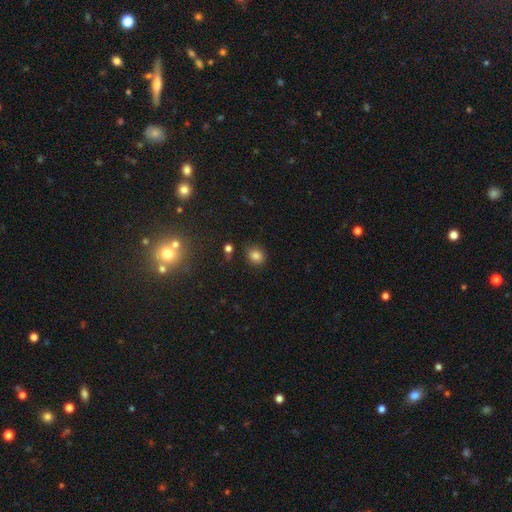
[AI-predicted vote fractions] A smooth galaxy with no disk features (82%) that is round (62%). Merging: none (83%).